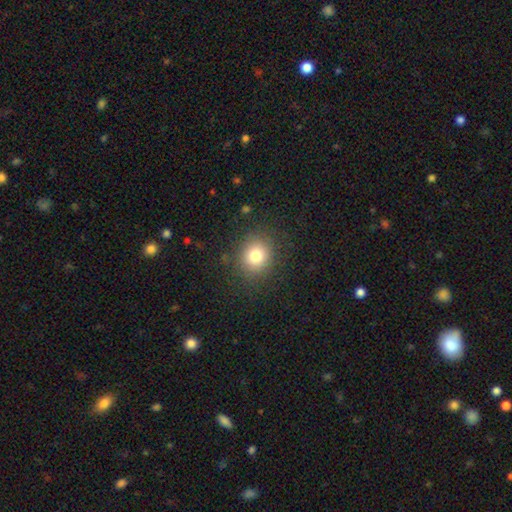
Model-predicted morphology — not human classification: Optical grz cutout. It shows a smooth galaxy with no disk features (78%) that is round (79%). Merging: none (87%).